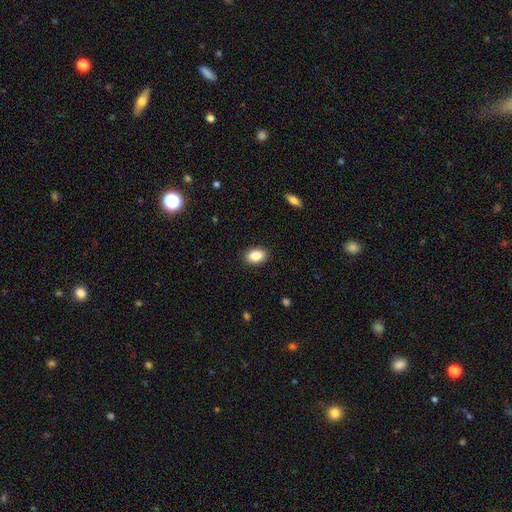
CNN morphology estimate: A smooth galaxy with no disk features (88%) that is in between round and cigar-shaped (86%).

Vote fractions:
- Smooth or featured? smooth: 88% / star or artifact: 8% / featured or disk: 4%
- How rounded? in between: 86% / round: 13% / cigar-shaped: 1%
- Merging? none: 89% / minor disturbance: 8% / major disturbance: 2% / merger: 1%